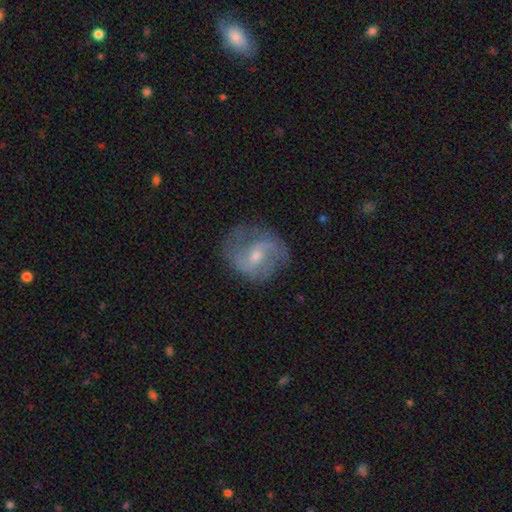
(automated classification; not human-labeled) Smooth or featured?
  - featured or disk: 76% *
  - smooth: 17%
  - star or artifact: 7%
Edge-on disk?
  - no: 97% *
  - yes: 3%
Bar?
  - weak: 54% *
  - no: 32%
  - strong: 14%
Spiral arms?
  - yes: 91% *
  - no: 9%
Spiral winding?
  - medium: 48% *
  - loose: 29%
  - tight: 23%
Spiral arm count?
  - 2: 71% *
  - can't tell: 14%
  - 3: 7%
  - 1: 4%
  - 4: 2%
  - more than 4: 2%
Bulge size?
  - small: 49% *
  - moderate: 46%
  - none: 3%
  - large: 2%
  - dominant: 1%
Merging?
  - none: 68% *
  - minor disturbance: 20%
  - major disturbance: 11%
  - merger: 1%